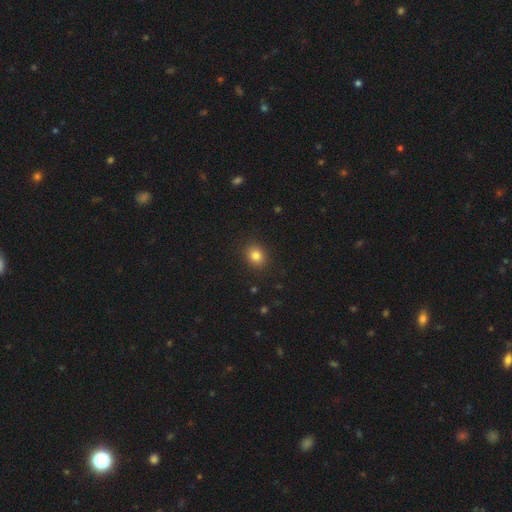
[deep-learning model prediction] Smooth or featured: smooth — 83% (star or artifact — 11%)
How rounded: round — 61% (in between — 38%)
Merging: none — 89% (minor disturbance — 8%)